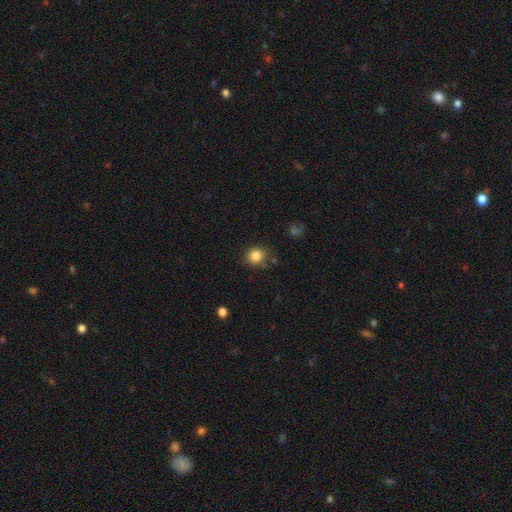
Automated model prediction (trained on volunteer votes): This appears to be a smooth galaxy with no disk features (85%) that is round (86%). Merging: none (80%).